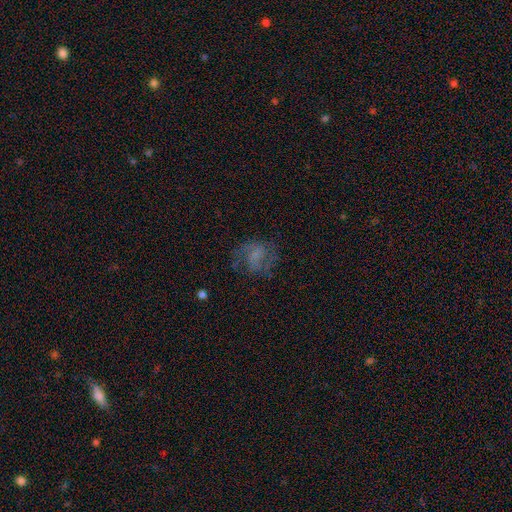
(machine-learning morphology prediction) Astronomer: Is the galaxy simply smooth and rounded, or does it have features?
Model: featured or disk — 56% (runner-up: smooth, 31%).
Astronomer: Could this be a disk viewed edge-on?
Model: no — 98%.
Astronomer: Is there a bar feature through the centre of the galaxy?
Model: no — 53% (runner-up: weak, 38%).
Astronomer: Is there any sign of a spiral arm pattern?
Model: yes — 77%.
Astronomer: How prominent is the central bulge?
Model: none — 56%.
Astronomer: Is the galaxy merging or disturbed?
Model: none — 60%.